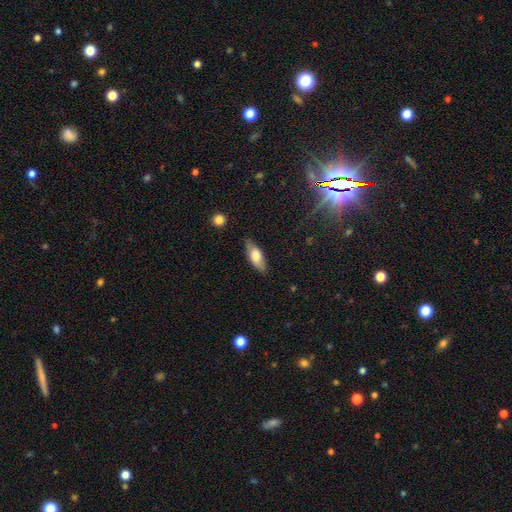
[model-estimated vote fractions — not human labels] The model was most divided on "smooth or featured": smooth: 68%, featured or disk: 26%, star or artifact: 6%. More confident: merging — none (79%); how rounded — in between (71%).